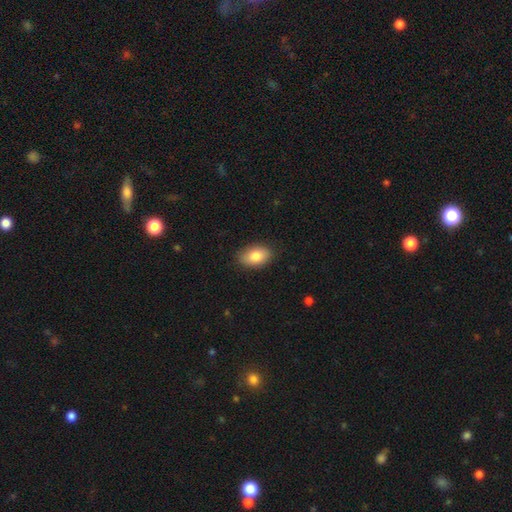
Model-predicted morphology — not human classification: Smooth or featured: smooth — 82% (featured or disk — 10%)
How rounded: in between — 91% (round — 7%)
Merging: none — 86% (minor disturbance — 11%)